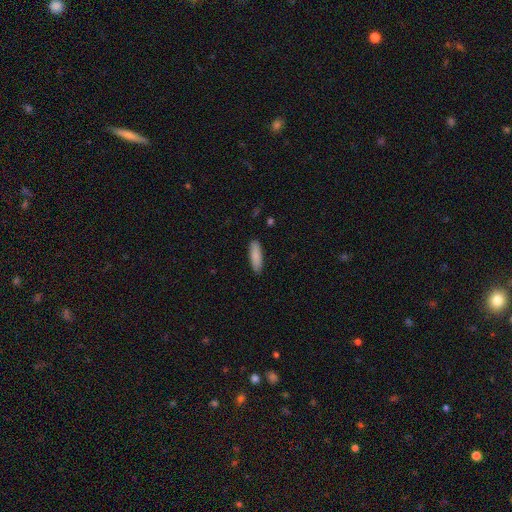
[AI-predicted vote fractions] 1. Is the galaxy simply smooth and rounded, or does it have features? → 87% smooth, 7% featured or disk, 6% star or artifact.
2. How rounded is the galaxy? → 57% cigar-shaped, 41% in between, 1% round.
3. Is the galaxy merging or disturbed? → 87% none, 10% minor disturbance, 2% major disturbance, 1% merger.